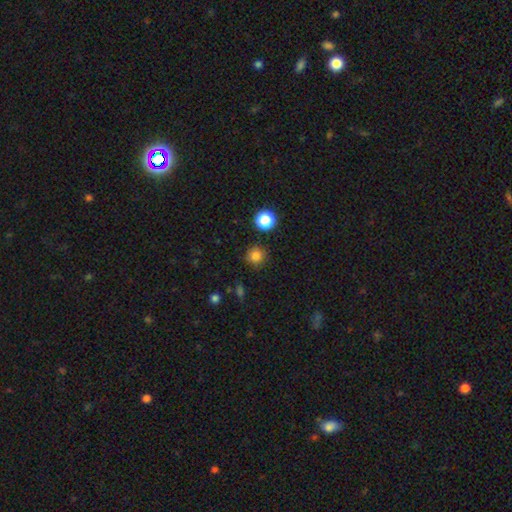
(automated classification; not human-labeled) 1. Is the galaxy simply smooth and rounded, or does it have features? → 79% smooth, 15% star or artifact, 5% featured or disk.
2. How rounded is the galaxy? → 93% round, 6% in between, 1% cigar-shaped.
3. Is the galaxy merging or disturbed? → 85% none, 9% minor disturbance, 3% major disturbance, 3% merger.